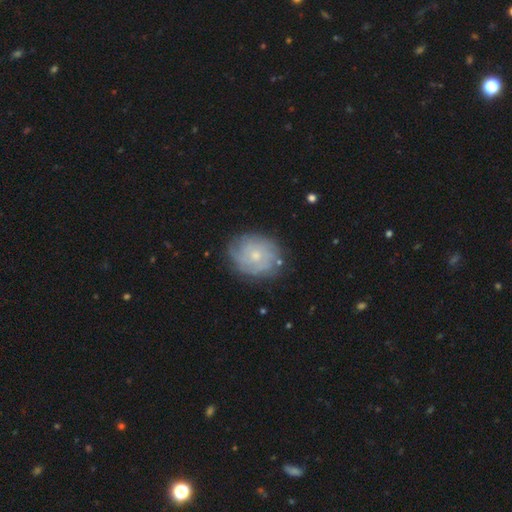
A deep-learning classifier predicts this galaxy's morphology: This is likely a featured or disk galaxy (62%). It is clearly not viewed edge-on (97%). Bar: clearly no (82%). Spiral arm pattern: clearly yes (81%). Central bulge: possibly small (53%). Merging: likely none (76%).